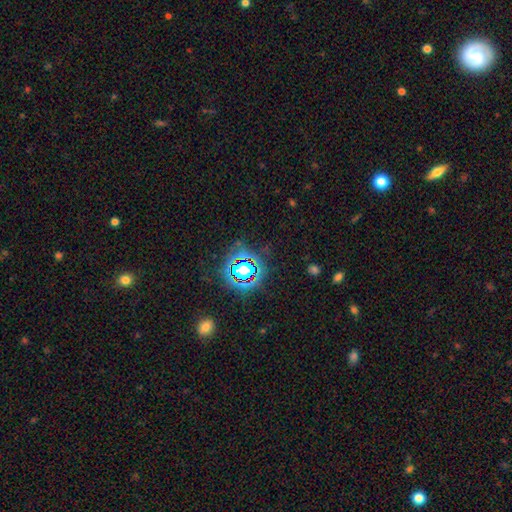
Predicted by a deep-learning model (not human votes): The model was most divided on "smooth or featured": star or artifact: 79%, smooth: 13%, featured or disk: 8%.